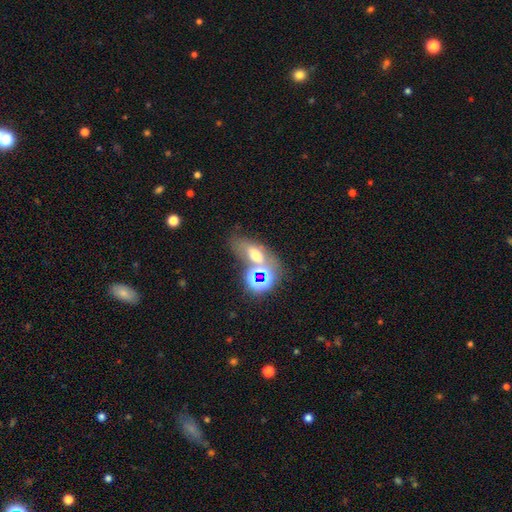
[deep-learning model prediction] Morphology: type=smooth (48%); merging=none (48%).